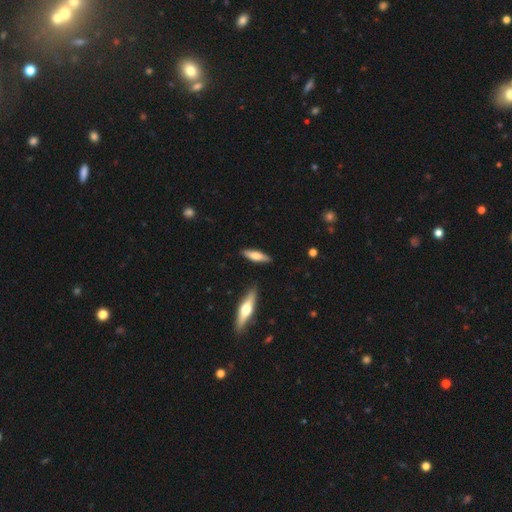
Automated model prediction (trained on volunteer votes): This appears to be a smooth galaxy with no disk features (60%) that is cigar-shaped (65%). Merging: none (87%).